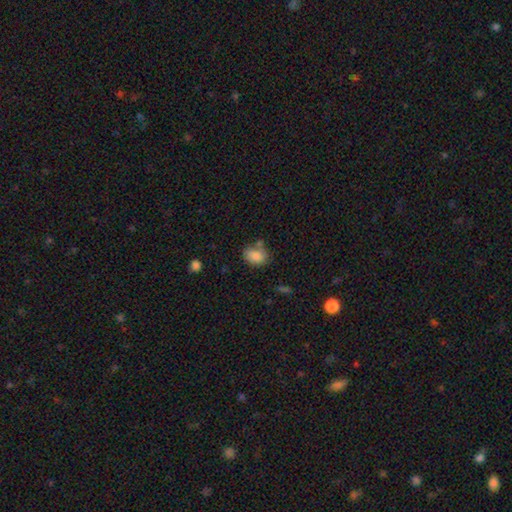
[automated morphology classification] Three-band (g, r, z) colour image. It shows a smooth galaxy with no disk features (84%) that is in between round and cigar-shaped (71%). Merging: none (60%).